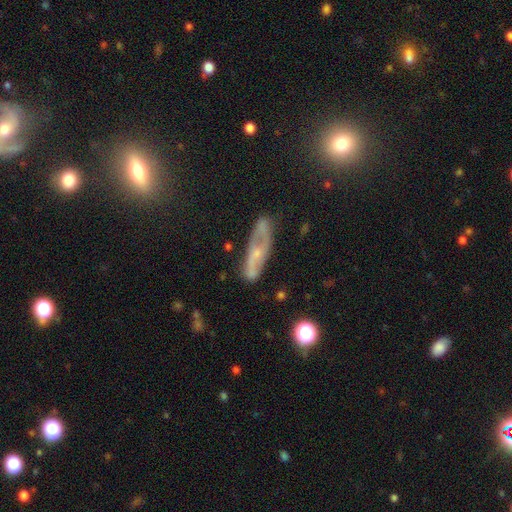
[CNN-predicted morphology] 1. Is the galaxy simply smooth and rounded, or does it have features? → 65% featured or disk, 25% smooth, 11% star or artifact.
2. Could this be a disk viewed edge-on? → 74% no, 26% yes.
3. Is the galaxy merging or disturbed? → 68% none, 20% minor disturbance, 8% major disturbance, 4% merger.